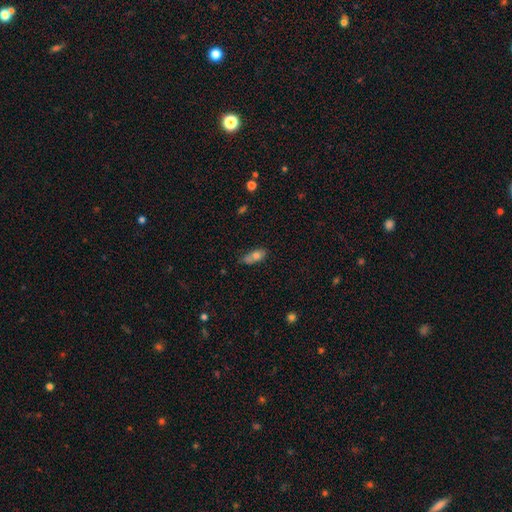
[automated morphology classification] A smooth galaxy with no disk features (72%) that is in between round and cigar-shaped (79%).

Vote fractions:
- Smooth or featured? smooth: 72% / featured or disk: 19% / star or artifact: 9%
- How rounded? in between: 79% / cigar-shaped: 13% / round: 7%
- Merging? none: 46% / minor disturbance: 33% / merger: 11% / major disturbance: 10%